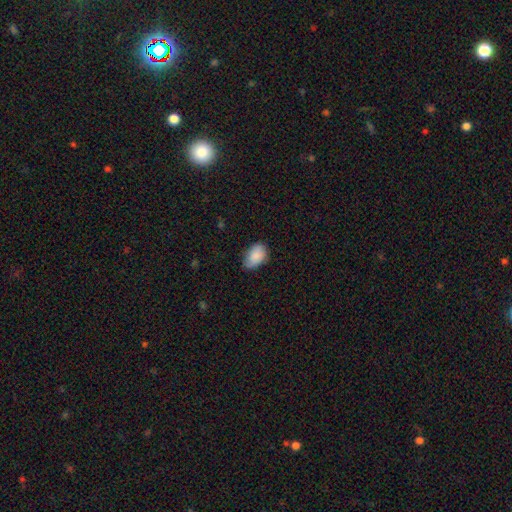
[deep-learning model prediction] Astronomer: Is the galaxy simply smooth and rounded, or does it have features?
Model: smooth — 86%.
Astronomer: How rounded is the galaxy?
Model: in between — 89%.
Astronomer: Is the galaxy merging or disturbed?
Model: none — 63%.